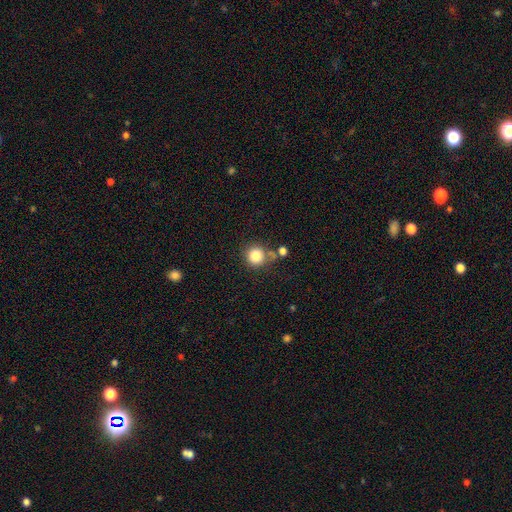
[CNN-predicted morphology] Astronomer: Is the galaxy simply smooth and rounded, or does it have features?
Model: smooth — 84%.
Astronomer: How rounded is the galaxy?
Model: round — 92%.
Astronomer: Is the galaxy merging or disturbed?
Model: none — 64%.